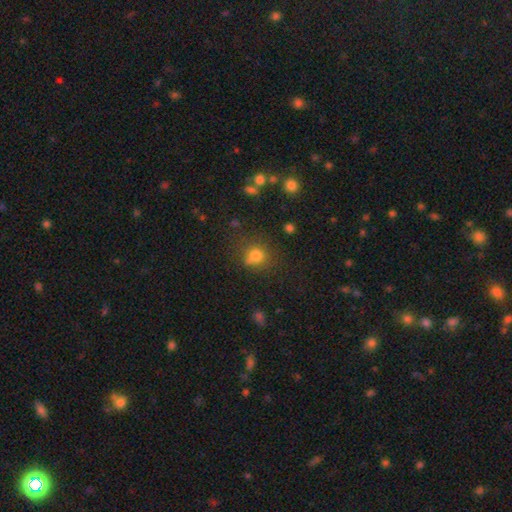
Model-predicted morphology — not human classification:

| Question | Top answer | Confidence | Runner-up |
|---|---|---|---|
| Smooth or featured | smooth | 76% | star or artifact (16%) |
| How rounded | round | 83% | in between (16%) |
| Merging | none | 65% | minor disturbance (15%) |